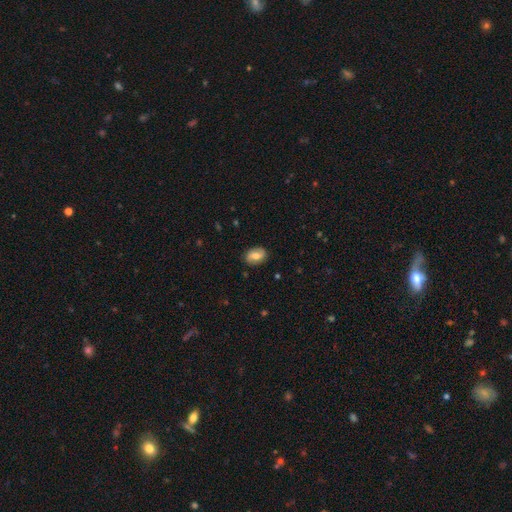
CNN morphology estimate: This appears to be a smooth galaxy with no disk features (62%) that is in between round and cigar-shaped (78%). Merging: none (85%).